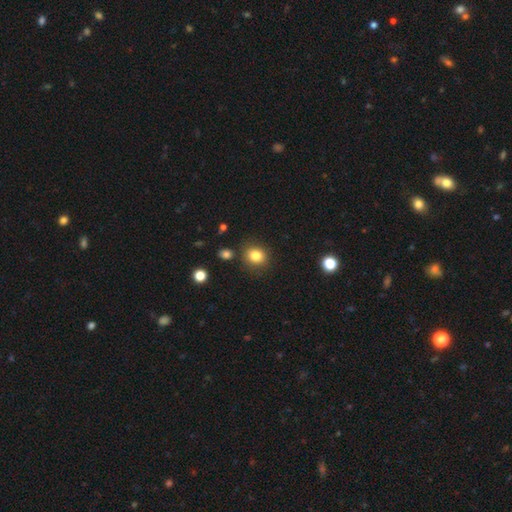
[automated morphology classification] The model was most divided on "how rounded": round: 72%, in between: 27%, cigar-shaped: 1%. More confident: merging — none (83%); smooth or featured — smooth (83%).